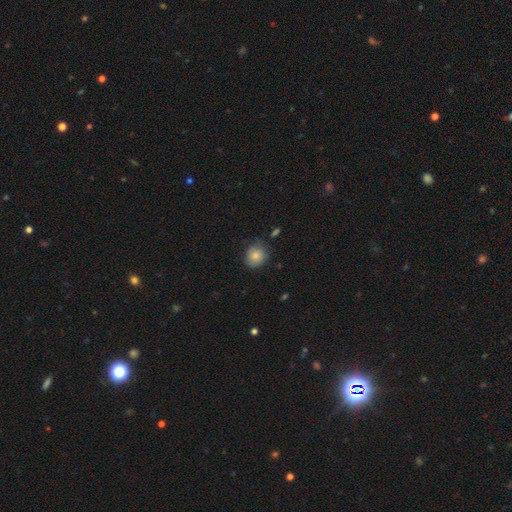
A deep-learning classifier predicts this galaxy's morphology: This is clearly a smooth galaxy (80%). How rounded: likely round (76%). Merging: likely none (71%).